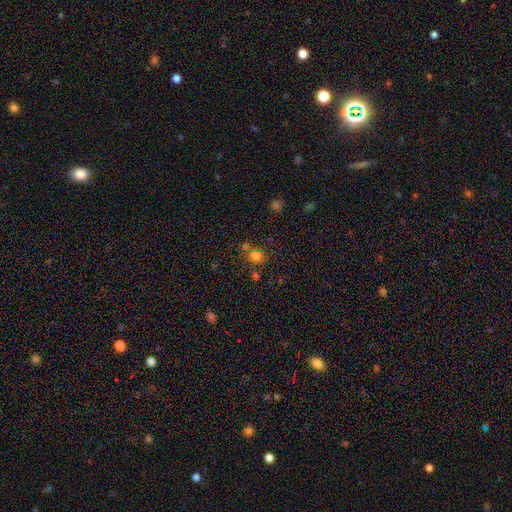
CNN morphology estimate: smooth_or_featured: smooth (p=0.77) [alt: star or artifact p=0.16]
how_rounded: round (p=0.83) [alt: in between p=0.16]
merging: none (p=0.67) [alt: merger p=0.18]